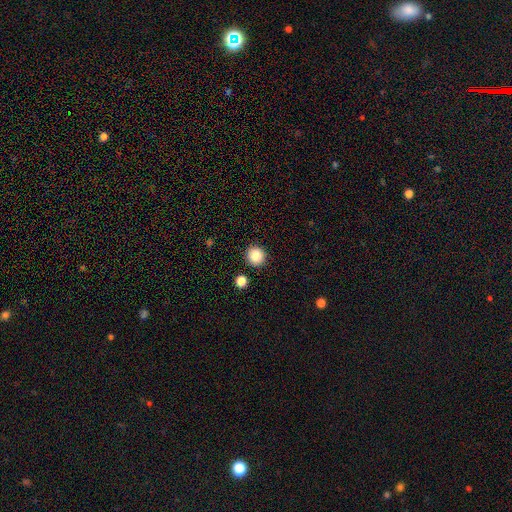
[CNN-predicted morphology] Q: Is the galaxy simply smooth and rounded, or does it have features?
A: smooth — 86%.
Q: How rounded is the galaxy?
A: round — 94%.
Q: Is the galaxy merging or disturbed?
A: none — 90%.